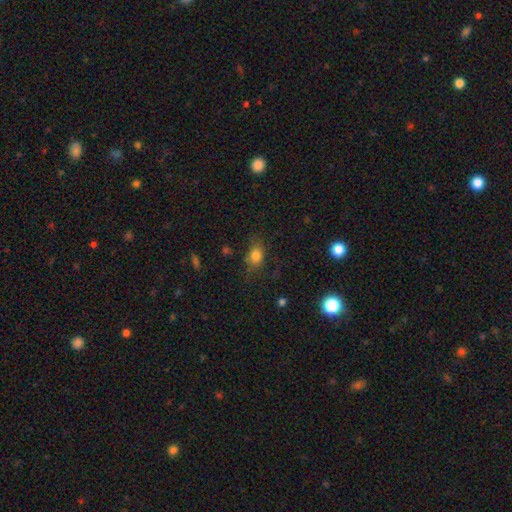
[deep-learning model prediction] Smooth or featured? smooth (80%)
How rounded? in between (67%)
Merging? none (67%)